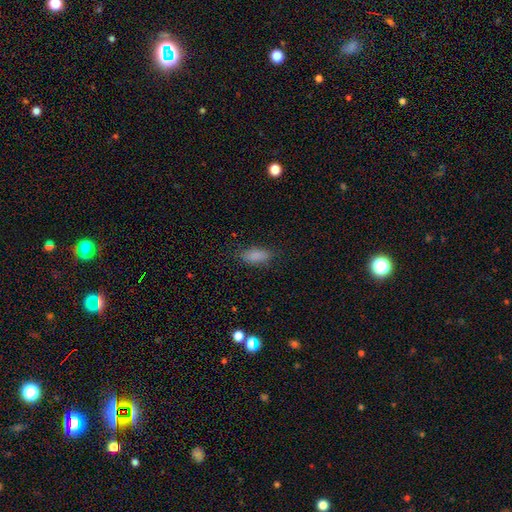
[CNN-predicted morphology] smooth_or_featured: smooth (p=0.85) [alt: star or artifact p=0.09]
how_rounded: in between (p=0.84) [alt: cigar-shaped p=0.13]
merging: none (p=0.80) [alt: minor disturbance p=0.14]